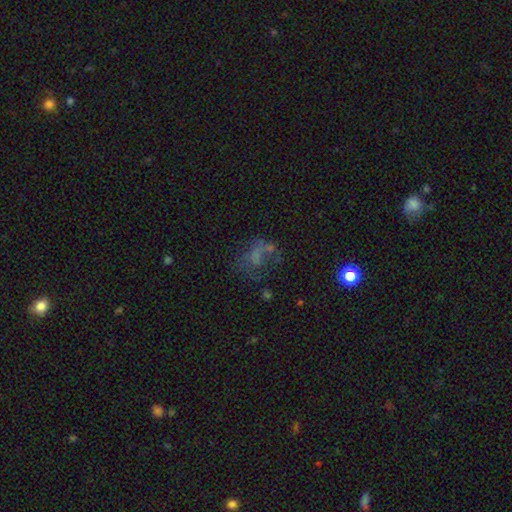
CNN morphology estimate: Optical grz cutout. It shows a smooth galaxy with no disk features (38%). Merging: none (38%).